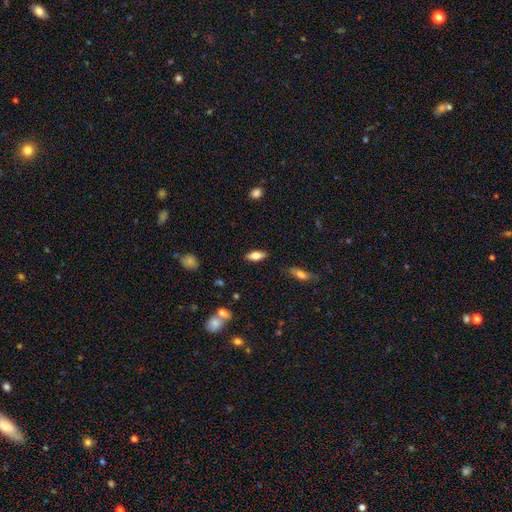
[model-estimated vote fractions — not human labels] Smooth or featured?
  - smooth: 68% *
  - featured or disk: 24%
  - star or artifact: 8%
How rounded?
  - in between: 79% *
  - cigar-shaped: 17%
  - round: 3%
Merging?
  - none: 86% *
  - minor disturbance: 10%
  - major disturbance: 3%
  - merger: 2%